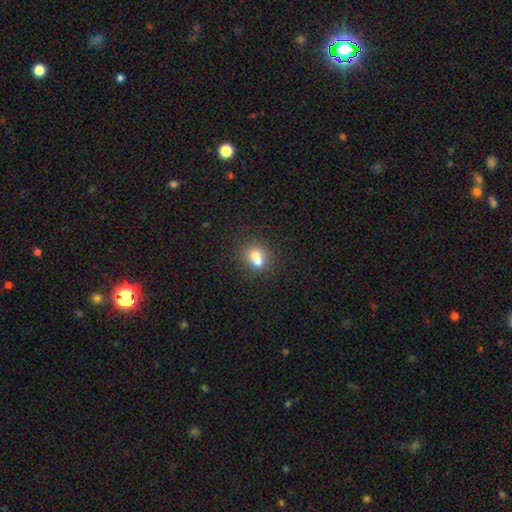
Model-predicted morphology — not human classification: Smooth or featured: smooth — 66% (featured or disk — 21%)
How rounded: round — 72% (in between — 27%)
Merging: merger — 56% (none — 34%)